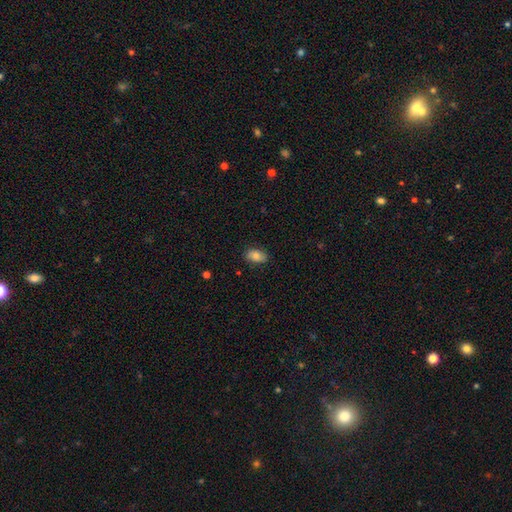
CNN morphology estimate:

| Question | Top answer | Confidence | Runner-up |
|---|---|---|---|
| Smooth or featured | smooth | 82% | featured or disk (10%) |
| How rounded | in between | 90% | round (9%) |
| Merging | none | 85% | minor disturbance (12%) |